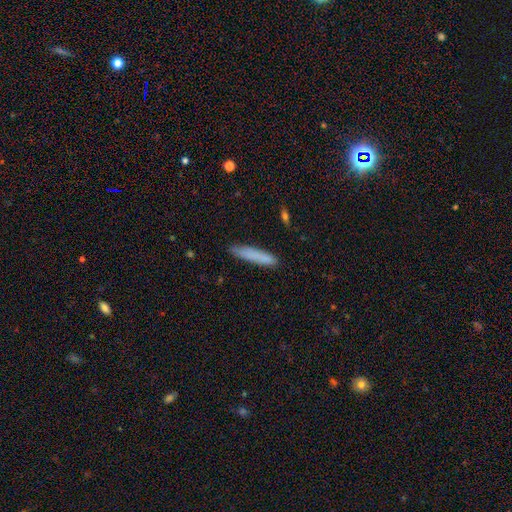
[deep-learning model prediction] Smooth or featured? smooth (81%)
How rounded? cigar-shaped (91%)
Merging? none (86%)